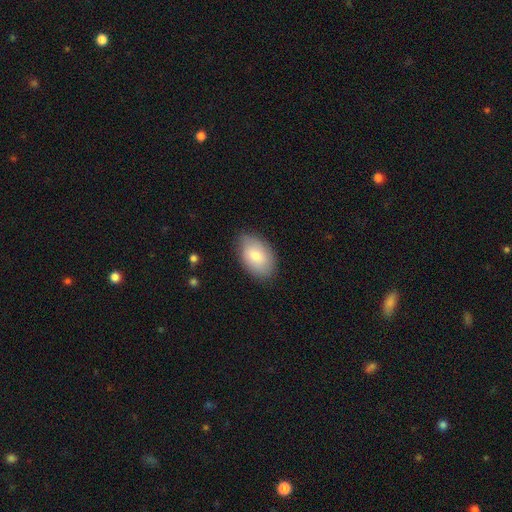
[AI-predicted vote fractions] smooth 77%, featured or disk 17%, star or artifact 6%. Down the decision tree: how rounded — in between (91%); merging — none (78%).